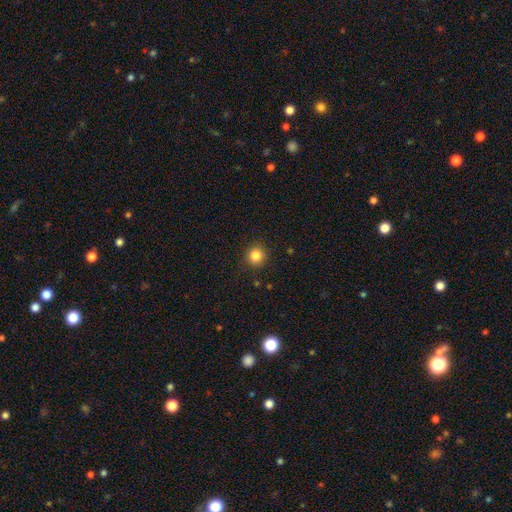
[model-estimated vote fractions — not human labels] Morphology: type=smooth (84%); roundness=round (93%); merging=none (90%).